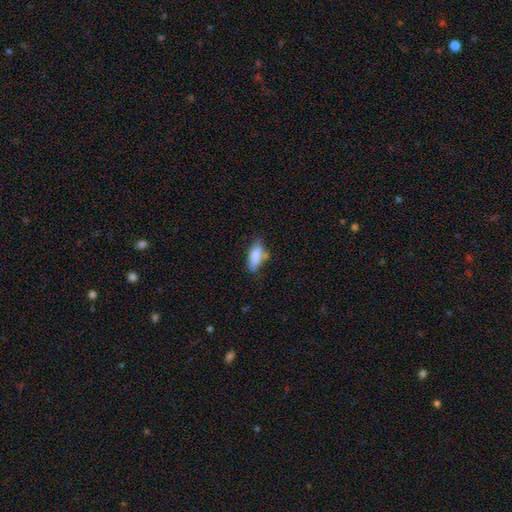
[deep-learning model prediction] Overall: smooth (80%). How rounded: in between (73%). Merging: none (61%; minor disturbance 25%).